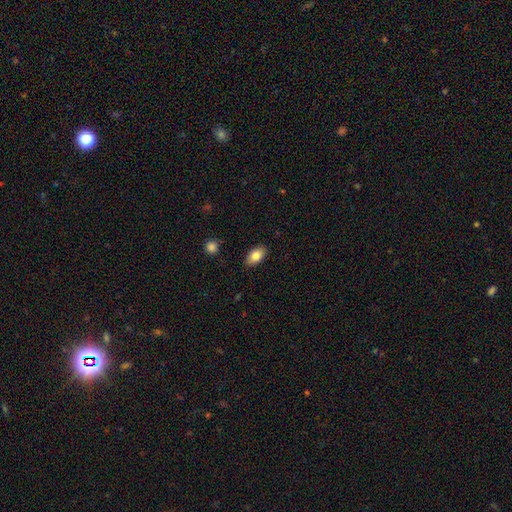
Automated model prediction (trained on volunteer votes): This is clearly a smooth galaxy (82%). How rounded: clearly in between (92%). Merging: clearly none (87%).